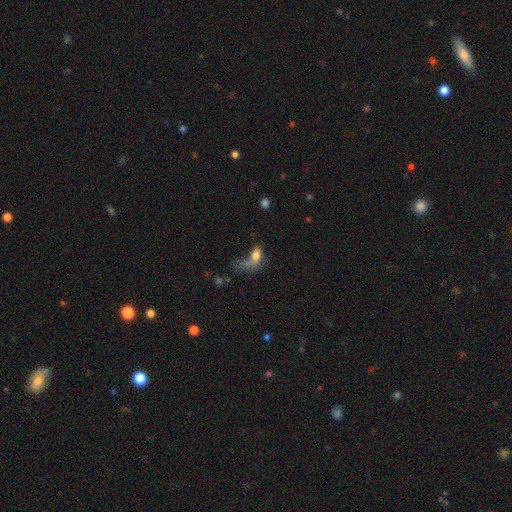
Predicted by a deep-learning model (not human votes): A smooth galaxy with no disk features (66%) that is in between round and cigar-shaped (78%). Merging: major disturbance (49%).